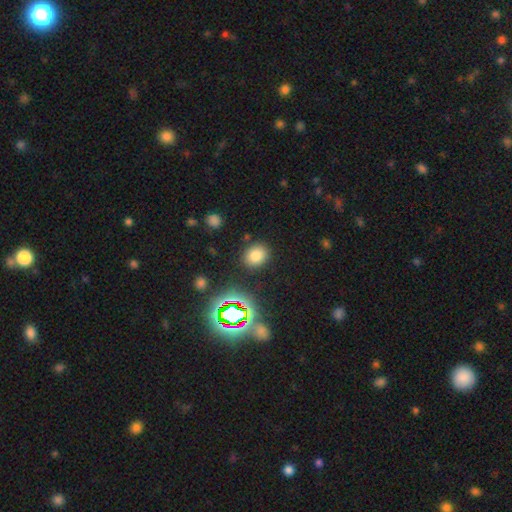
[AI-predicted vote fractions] The model was most divided on "how rounded": round: 65%, in between: 34%, cigar-shaped: 1%. More confident: merging — none (86%); smooth or featured — smooth (75%).